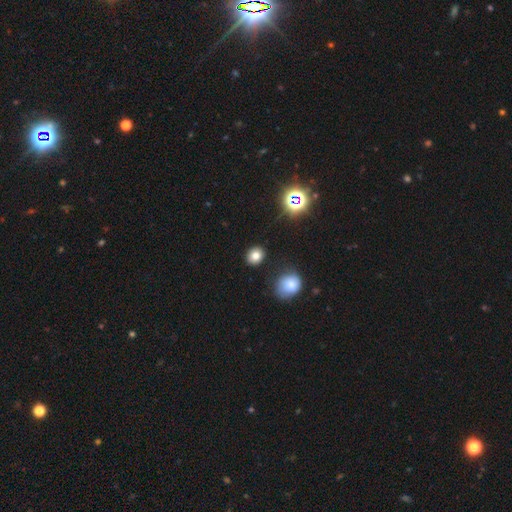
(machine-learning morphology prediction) smooth_or_featured: smooth (p=0.78) [alt: star or artifact p=0.15]
how_rounded: round (p=0.67) [alt: in between p=0.31]
merging: none (p=0.87) [alt: minor disturbance p=0.08]